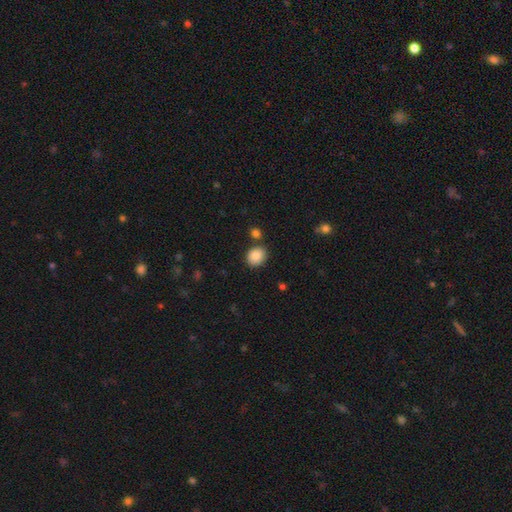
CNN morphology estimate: smooth 87%, star or artifact 8%, featured or disk 5%. Down the decision tree: how rounded — round (61%); merging — none (78%).